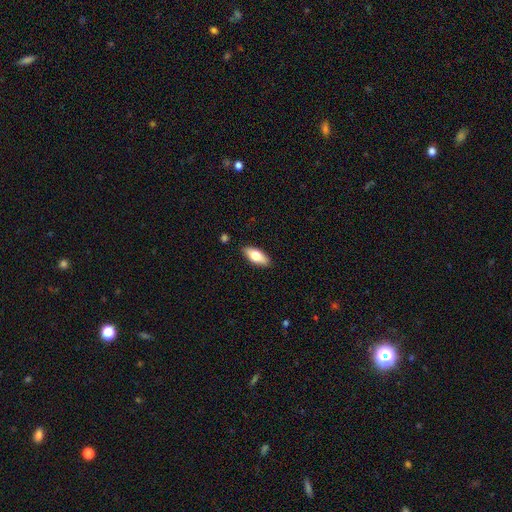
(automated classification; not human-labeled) Smooth or featured: smooth — 72% (featured or disk — 22%)
How rounded: in between — 81% (cigar-shaped — 16%)
Merging: none — 88% (minor disturbance — 9%)